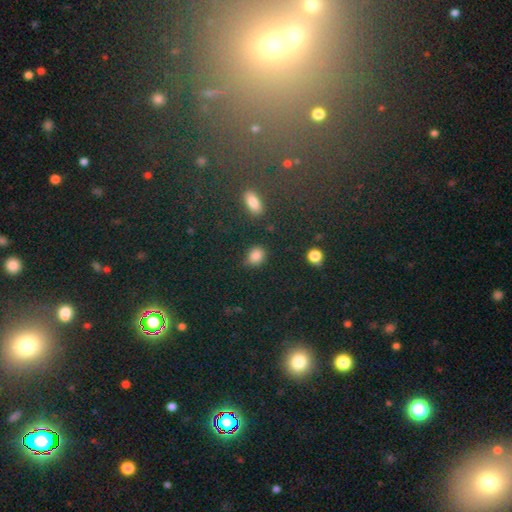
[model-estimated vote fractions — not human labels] smooth-or-featured: smooth: 84% | star or artifact: 11% | featured or disk: 5%
  how-rounded: round: 50% | in between: 48% | cigar-shaped: 2%
  merging: none: 70% | minor disturbance: 20% | major disturbance: 5% | merger: 4%